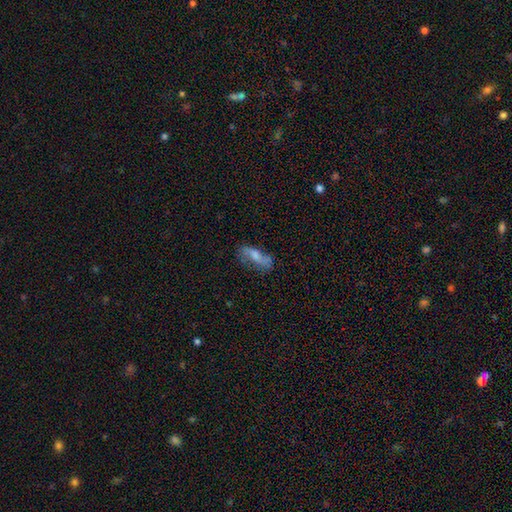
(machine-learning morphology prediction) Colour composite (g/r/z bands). It shows a smooth galaxy with no disk features (54%) that is in between round and cigar-shaped (63%). Merging: none (57%).